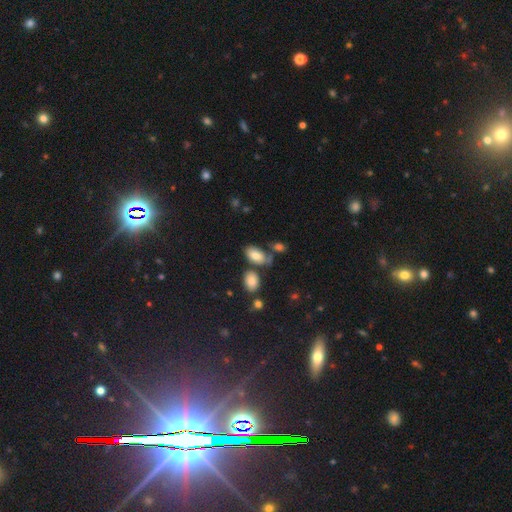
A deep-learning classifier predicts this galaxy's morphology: Smooth or featured? smooth (81%)
How rounded? in between (93%)
Merging? none (58%)